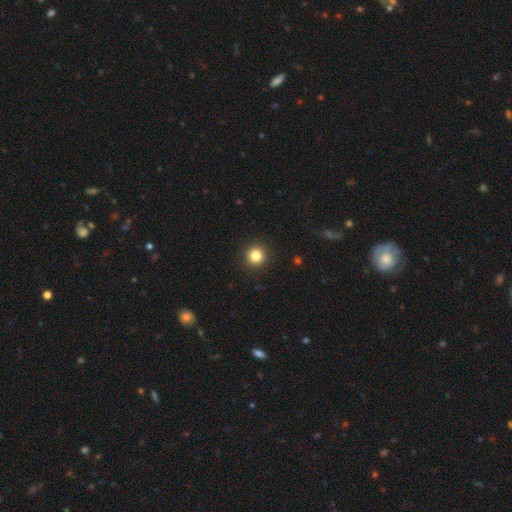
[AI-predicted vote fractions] smooth-or-featured: smooth: 84% | star or artifact: 11% | featured or disk: 5%
  how-rounded: round: 95% | in between: 5% | cigar-shaped: 1%
  merging: none: 93% | minor disturbance: 5% | major disturbance: 2% | merger: 1%